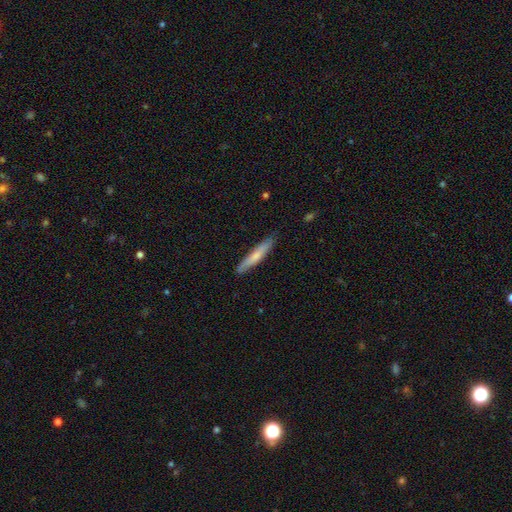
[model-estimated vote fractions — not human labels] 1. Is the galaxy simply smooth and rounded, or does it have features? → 65% smooth, 29% featured or disk, 5% star or artifact.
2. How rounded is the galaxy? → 93% cigar-shaped, 6% in between, 1% round.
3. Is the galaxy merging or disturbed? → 86% none, 11% minor disturbance, 2% major disturbance, 1% merger.